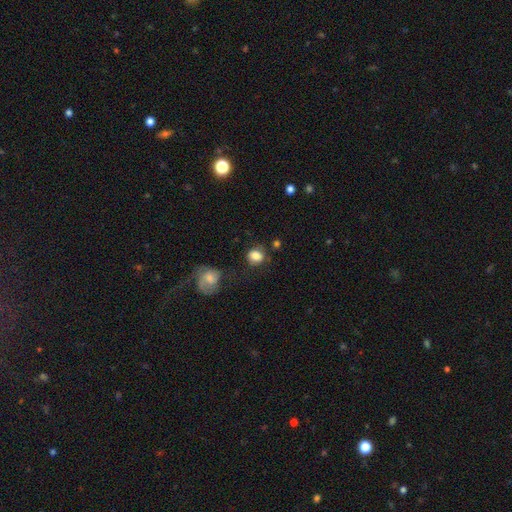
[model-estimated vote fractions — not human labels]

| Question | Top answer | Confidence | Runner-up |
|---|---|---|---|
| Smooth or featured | smooth | 82% | featured or disk (9%) |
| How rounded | round | 65% | in between (34%) |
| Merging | none | 65% | minor disturbance (19%) |